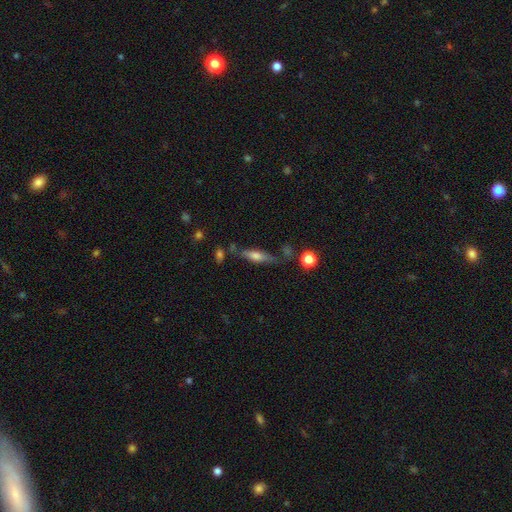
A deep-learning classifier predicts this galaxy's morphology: Smooth or featured? smooth (55%)
How rounded? cigar-shaped (61%)
Merging? none (65%)